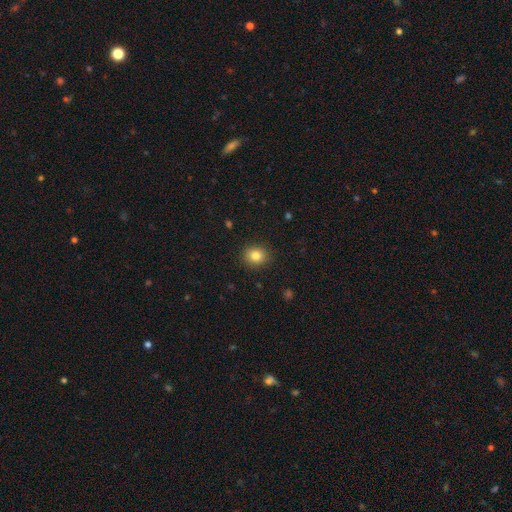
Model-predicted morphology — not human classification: Overall: smooth (83%). How rounded: round (74%). Merging: none (90%).